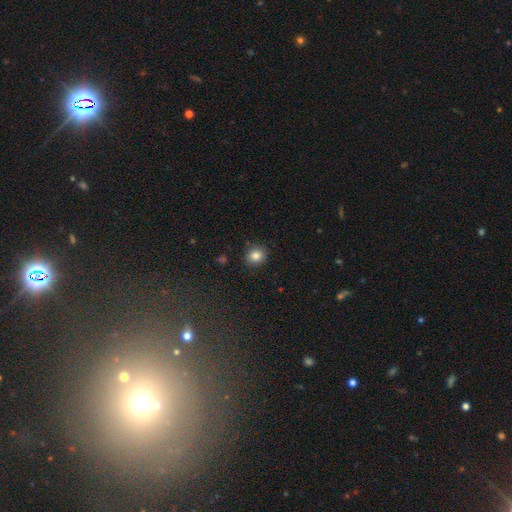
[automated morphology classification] The model was most divided on "how rounded": round: 80%, in between: 19%, cigar-shaped: 1%. More confident: merging — none (88%); smooth or featured — smooth (84%).